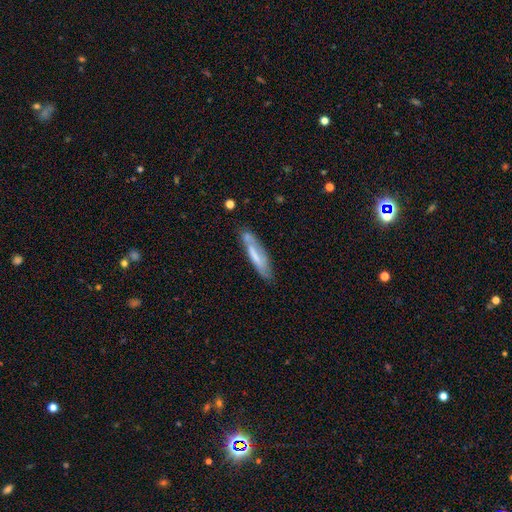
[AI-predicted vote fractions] Morphology: type=smooth (53%); roundness=cigar-shaped (77%); merging=none (63%).